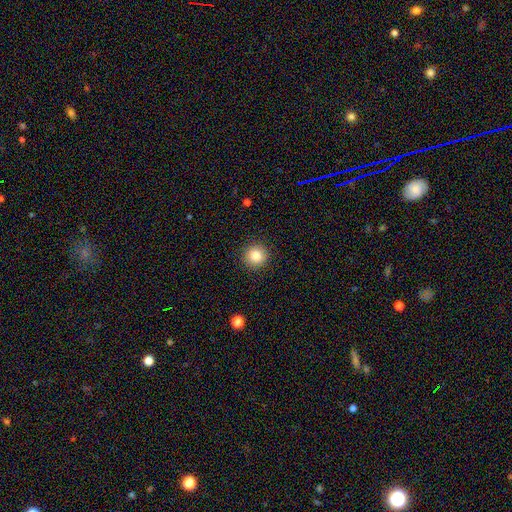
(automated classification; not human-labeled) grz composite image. It shows a smooth galaxy with no disk features (84%) that is round (94%). Merging: none (91%).